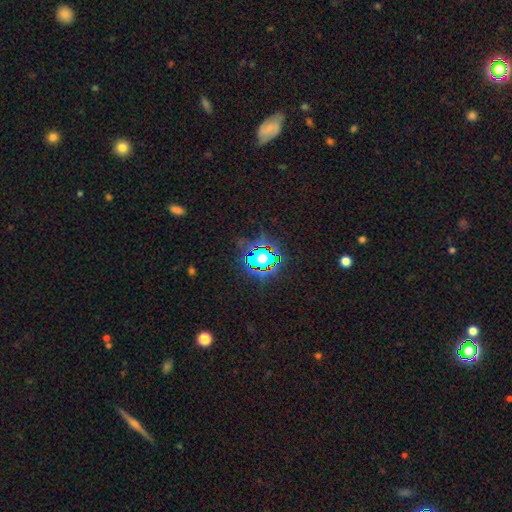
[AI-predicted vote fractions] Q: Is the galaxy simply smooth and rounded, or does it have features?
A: star or artifact — 65%.